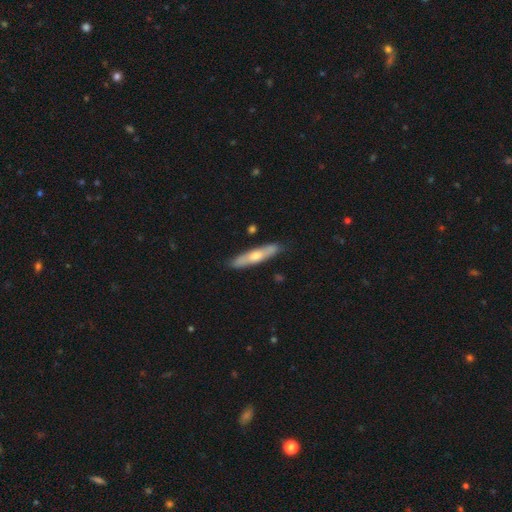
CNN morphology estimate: This appears to be a featured or disk galaxy (49%). Merging: none (87%).